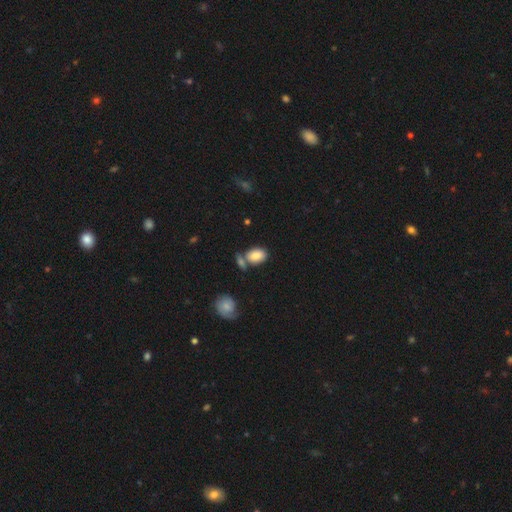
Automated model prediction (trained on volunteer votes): smooth_or_featured: smooth (p=0.83) [alt: featured or disk p=0.09]
how_rounded: in between (p=0.84) [alt: round p=0.15]
merging: none (p=0.54) [alt: merger p=0.27]